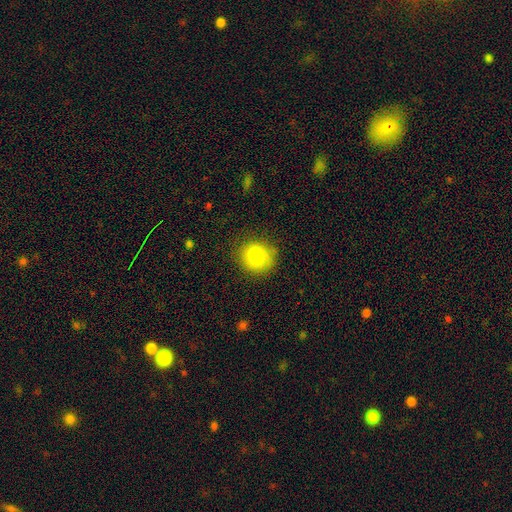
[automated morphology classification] Smooth or featured: smooth — 78% (featured or disk — 14%)
How rounded: round — 70% (in between — 29%)
Merging: none — 77% (minor disturbance — 17%)